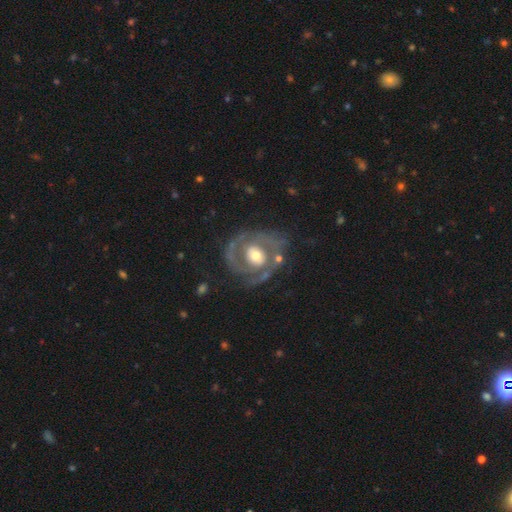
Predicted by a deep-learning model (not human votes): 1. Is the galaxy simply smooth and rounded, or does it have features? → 79% featured or disk, 16% smooth, 5% star or artifact.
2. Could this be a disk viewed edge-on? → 97% no, 3% yes.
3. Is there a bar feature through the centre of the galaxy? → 67% no, 24% weak, 9% strong.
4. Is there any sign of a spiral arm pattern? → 74% yes, 26% no.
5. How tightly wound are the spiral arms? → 46% tight, 39% medium, 16% loose.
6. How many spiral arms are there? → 62% 2, 16% can't tell, 10% 1, 7% 3, 3% 4, 3% more than 4.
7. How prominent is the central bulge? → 67% moderate, 16% large, 14% small, 2% dominant, 1% none.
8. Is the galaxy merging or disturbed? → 65% none, 18% minor disturbance, 14% major disturbance, 4% merger.